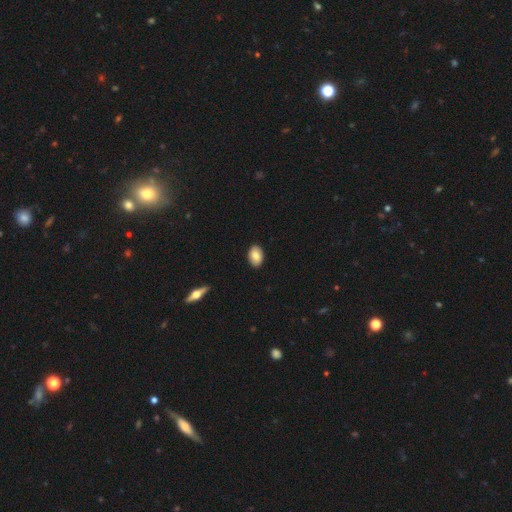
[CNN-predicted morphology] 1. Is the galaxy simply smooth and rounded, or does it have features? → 82% smooth, 12% featured or disk, 7% star or artifact.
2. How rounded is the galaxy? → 89% in between, 10% round, 1% cigar-shaped.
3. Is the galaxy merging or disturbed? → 90% none, 7% minor disturbance, 2% major disturbance, 1% merger.